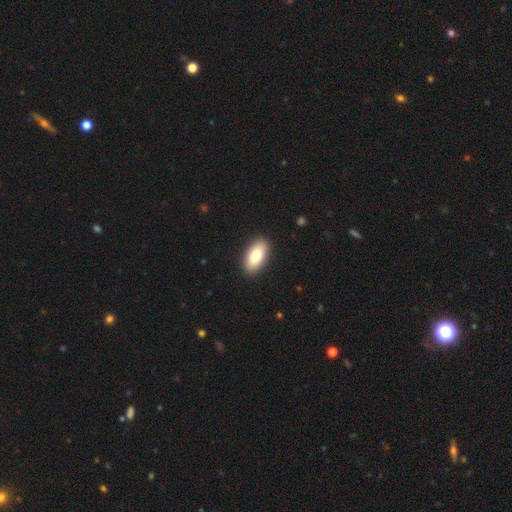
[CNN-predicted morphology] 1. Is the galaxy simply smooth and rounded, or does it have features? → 82% smooth, 11% featured or disk, 6% star or artifact.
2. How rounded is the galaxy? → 92% in between, 5% cigar-shaped, 3% round.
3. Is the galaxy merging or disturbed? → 90% none, 7% minor disturbance, 2% major disturbance, 1% merger.